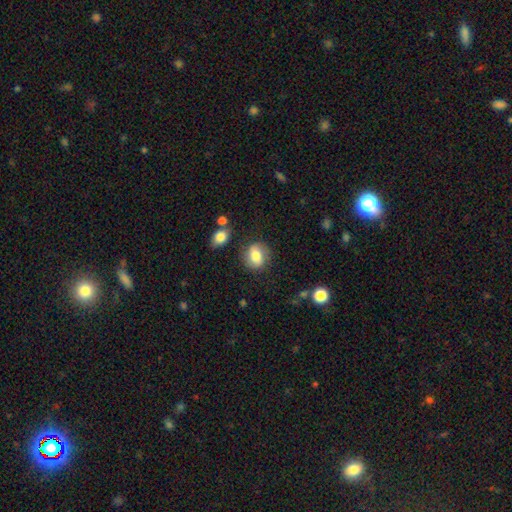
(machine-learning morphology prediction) This appears to be a smooth galaxy with no disk features (73%) that is round (55%). Merging: none (78%).